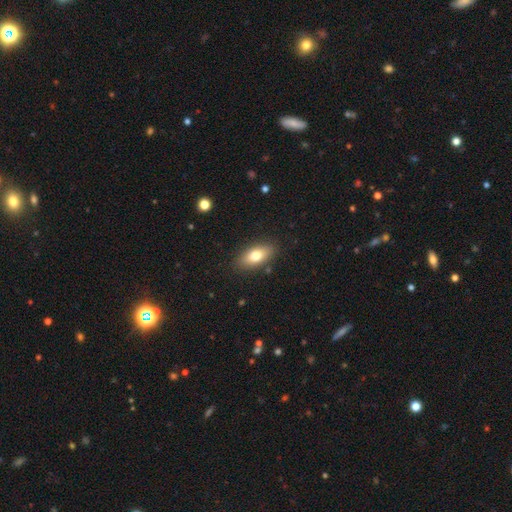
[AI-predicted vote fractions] A smooth galaxy with no disk features (75%) that is in between round and cigar-shaped (85%).

Vote fractions:
- Smooth or featured? smooth: 75% / featured or disk: 18% / star or artifact: 7%
- How rounded? in between: 85% / cigar-shaped: 11% / round: 4%
- Merging? none: 86% / minor disturbance: 10% / major disturbance: 2% / merger: 2%